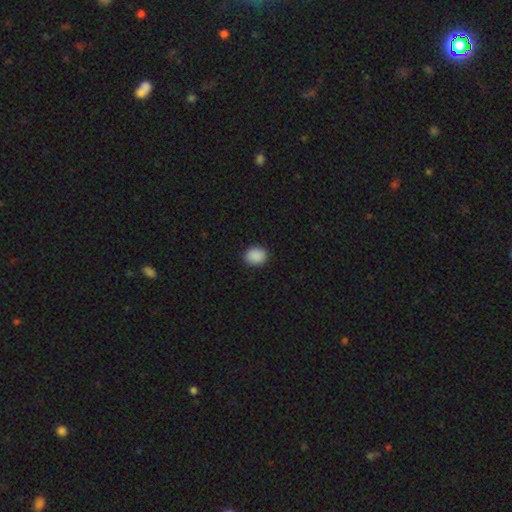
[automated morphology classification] A smooth galaxy with no disk features (89%) that is round (61%).

Vote fractions:
- Smooth or featured? smooth: 89% / star or artifact: 8% / featured or disk: 2%
- How rounded? round: 61% / in between: 38% / cigar-shaped: 1%
- Merging? none: 90% / minor disturbance: 8% / major disturbance: 2% / merger: 1%